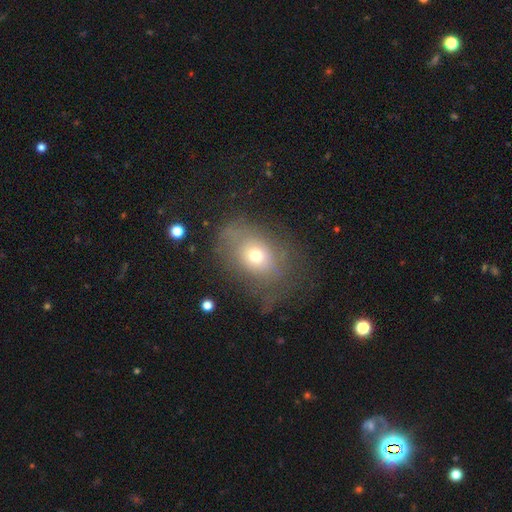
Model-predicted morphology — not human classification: Smooth or featured? Predicted: smooth (p=0.62). How rounded? Predicted: in between (p=0.60). Merging? Predicted: none (p=0.50).